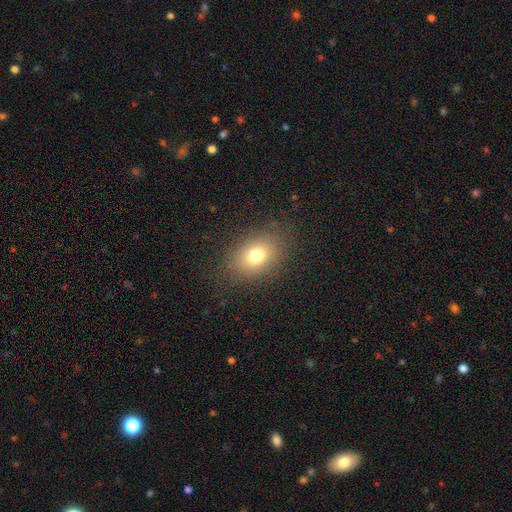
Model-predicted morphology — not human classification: smooth 75%, star or artifact 14%, featured or disk 11%. Down the decision tree: how rounded — in between (65%); merging — none (83%).